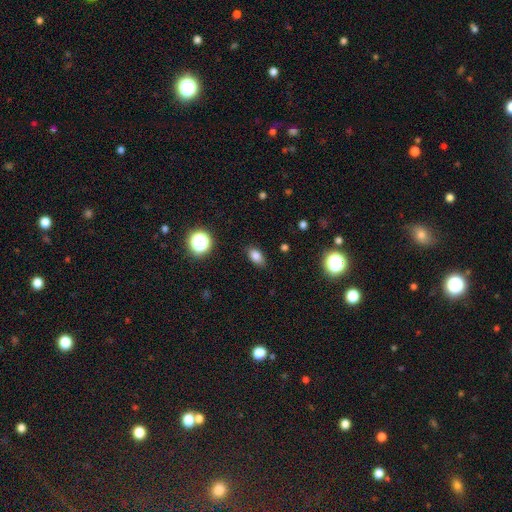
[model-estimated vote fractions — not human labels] smooth 81%, star or artifact 12%, featured or disk 7%. Down the decision tree: how rounded — in between (86%); merging — none (86%).